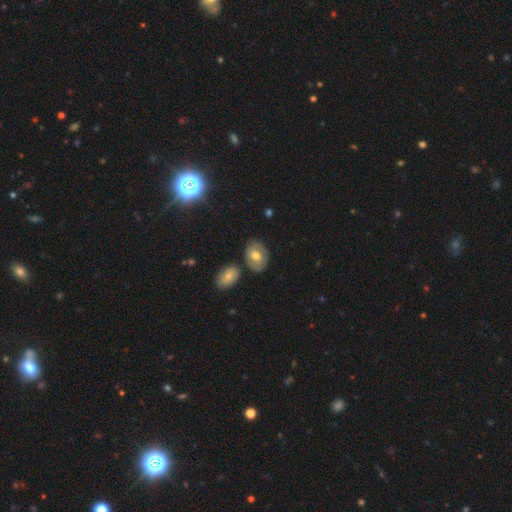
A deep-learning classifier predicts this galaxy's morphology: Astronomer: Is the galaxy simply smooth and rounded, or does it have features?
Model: smooth — 57% (runner-up: featured or disk, 34%).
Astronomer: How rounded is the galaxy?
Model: in between — 71%.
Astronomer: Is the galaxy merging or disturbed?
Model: none — 74%.